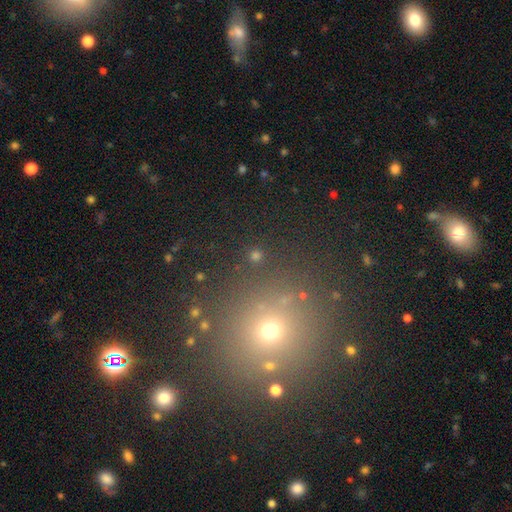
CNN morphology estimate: smooth-or-featured: smooth: 66% | star or artifact: 27% | featured or disk: 7%
  how-rounded: round: 91% | in between: 7% | cigar-shaped: 1%
  merging: none: 87% | minor disturbance: 6% | merger: 4% | major disturbance: 3%